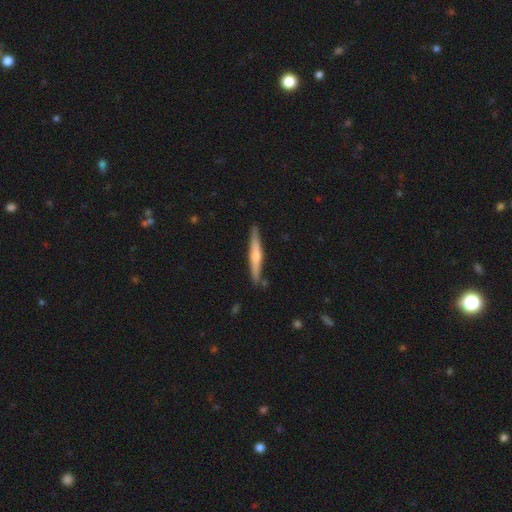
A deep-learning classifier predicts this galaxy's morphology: This appears to be a featured or disk galaxy (53%) viewed edge-on (96%) with a rounded central bulge (74%). Merging: none (86%).